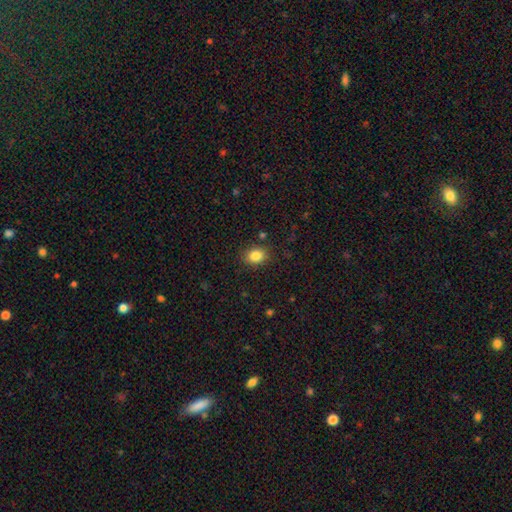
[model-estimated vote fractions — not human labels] Smooth or featured?
  - smooth: 84% *
  - star or artifact: 10%
  - featured or disk: 6%
How rounded?
  - in between: 55% *
  - round: 44%
  - cigar-shaped: 1%
Merging?
  - none: 86% *
  - minor disturbance: 10%
  - major disturbance: 3%
  - merger: 2%